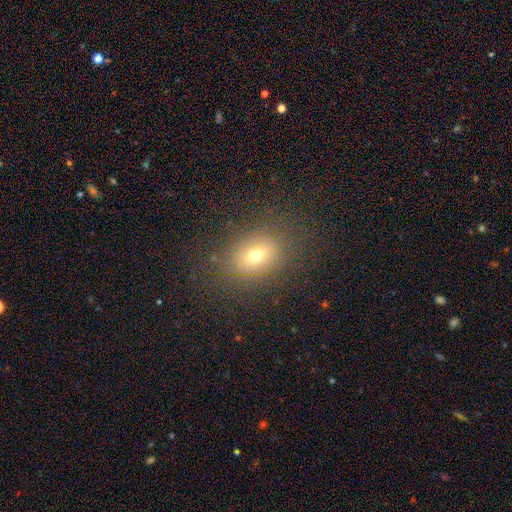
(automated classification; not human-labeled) smooth-or-featured: smooth: 68% | featured or disk: 17% | star or artifact: 16%
  how-rounded: in between: 72% | round: 26% | cigar-shaped: 2%
  merging: none: 82% | minor disturbance: 11% | major disturbance: 6% | merger: 1%